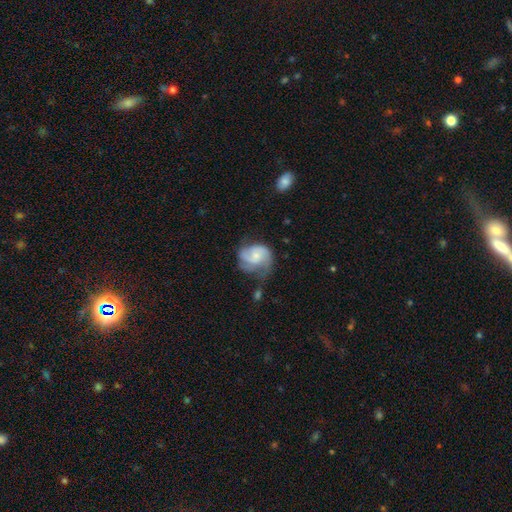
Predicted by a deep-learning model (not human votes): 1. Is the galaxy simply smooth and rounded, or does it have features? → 68% featured or disk, 26% smooth, 6% star or artifact.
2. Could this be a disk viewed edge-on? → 98% no, 2% yes.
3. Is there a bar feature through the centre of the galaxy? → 67% no, 29% weak, 4% strong.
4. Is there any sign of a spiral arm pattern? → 90% yes, 10% no.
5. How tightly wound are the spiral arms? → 44% medium, 36% tight, 20% loose.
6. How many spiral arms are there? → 56% 2, 17% can't tell, 15% 3, 8% 1, 3% 4, 2% more than 4.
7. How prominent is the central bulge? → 55% small, 30% moderate, 10% none, 3% large, 1% dominant.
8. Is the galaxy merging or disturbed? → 41% none, 30% minor disturbance, 25% major disturbance, 4% merger.